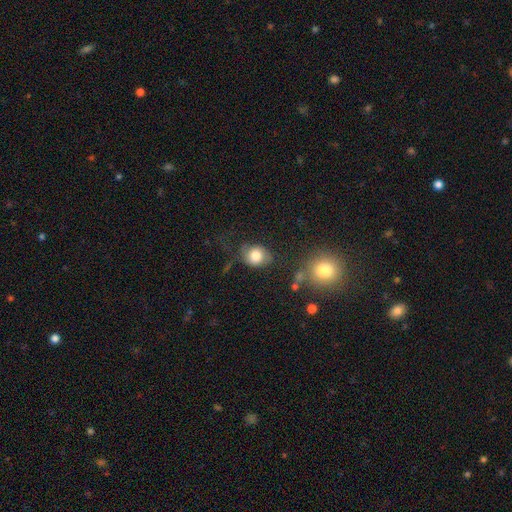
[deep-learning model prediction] smooth 77%, featured or disk 14%, star or artifact 9%. Down the decision tree: how rounded — round (55%); merging — none (61%).